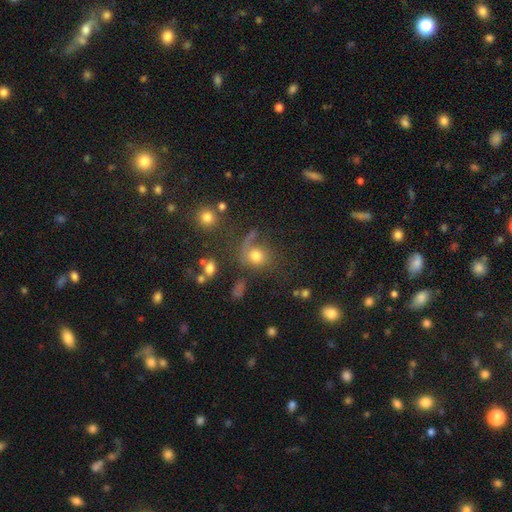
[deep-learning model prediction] Q: Smooth or featured?
A: smooth (66%); runner-up: featured or disk (20%)
Q: How rounded?
A: round (75%); runner-up: in between (24%)
Q: Merging?
A: none (47%); runner-up: major disturbance (25%)